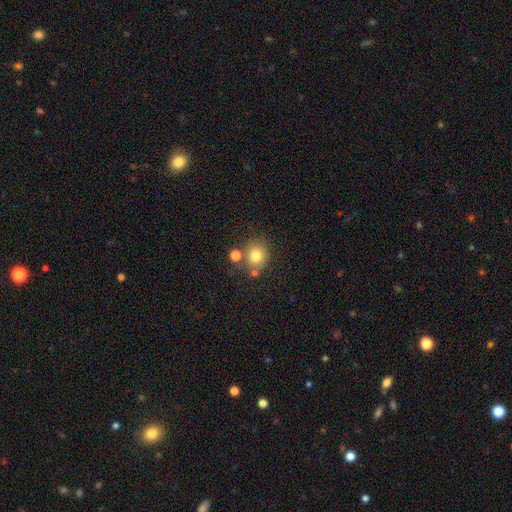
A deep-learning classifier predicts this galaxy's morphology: smooth_or_featured: smooth (p=0.78) [alt: star or artifact p=0.13]
how_rounded: round (p=0.86) [alt: in between p=0.13]
merging: none (p=0.69) [alt: merger p=0.16]